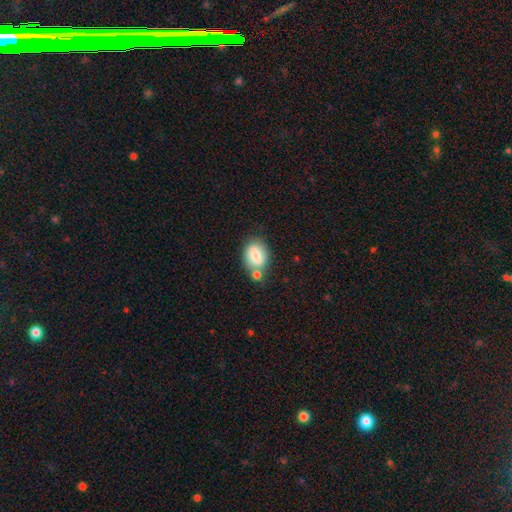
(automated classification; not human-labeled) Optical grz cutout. It shows a smooth galaxy with no disk features (75%) that is in between round and cigar-shaped (73%). Merging: none (53%).